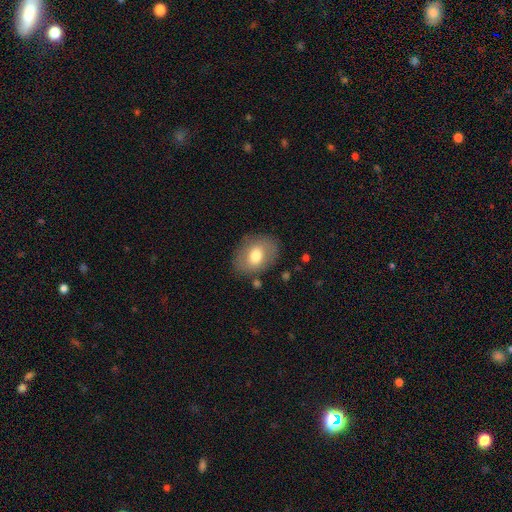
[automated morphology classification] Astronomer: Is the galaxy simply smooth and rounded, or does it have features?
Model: smooth — 70%.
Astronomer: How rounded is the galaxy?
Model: in between — 67%.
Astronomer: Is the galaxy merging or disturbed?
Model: none — 80%.